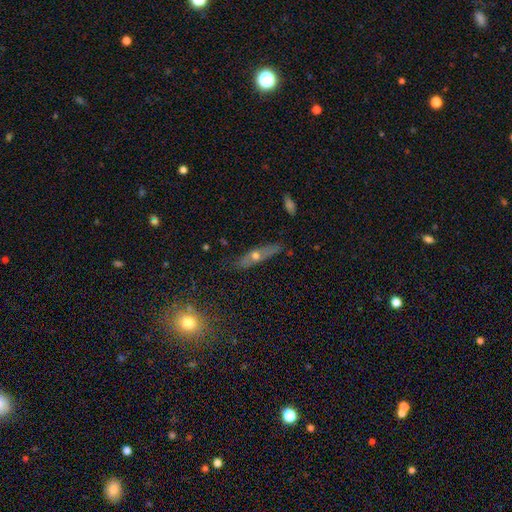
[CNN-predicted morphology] Smooth or featured: featured or disk — 53% (smooth — 38%)
Edge-on disk: yes — 73% (no — 27%)
Merging: none — 76% (minor disturbance — 17%)